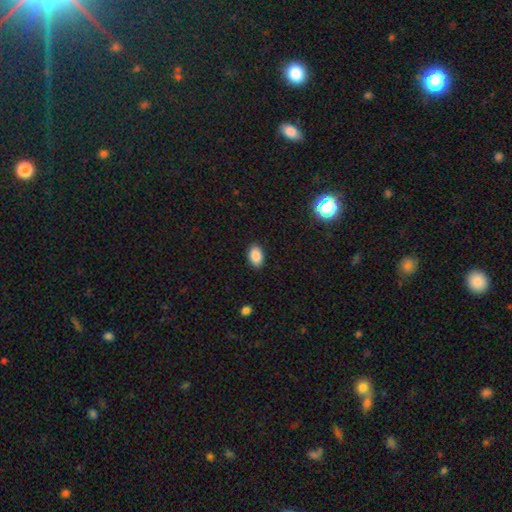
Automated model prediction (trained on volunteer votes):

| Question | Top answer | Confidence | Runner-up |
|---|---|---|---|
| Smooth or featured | smooth | 89% | star or artifact (8%) |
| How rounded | in between | 88% | round (11%) |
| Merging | none | 89% | minor disturbance (8%) |